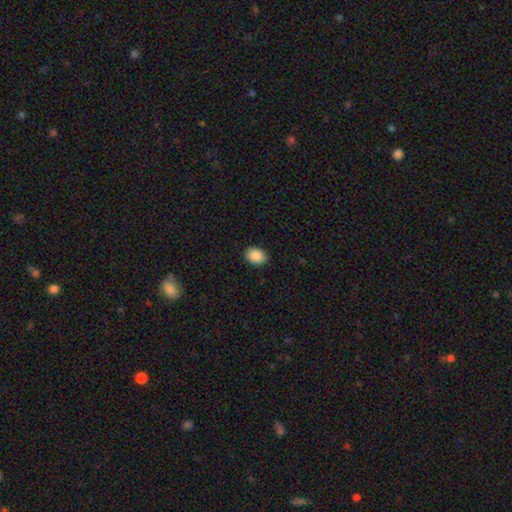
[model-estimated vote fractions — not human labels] Smooth or featured? Predicted: smooth (p=0.89). How rounded? Predicted: in between (p=0.72). Merging? Predicted: none (p=0.89).